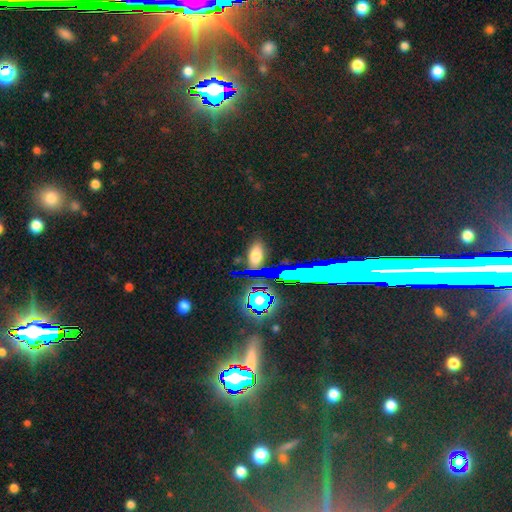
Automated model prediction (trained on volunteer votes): smooth_or_featured: smooth (p=0.61) [alt: star or artifact p=0.30]
how_rounded: in between (p=0.84) [alt: round p=0.10]
merging: none (p=0.82) [alt: minor disturbance p=0.11]